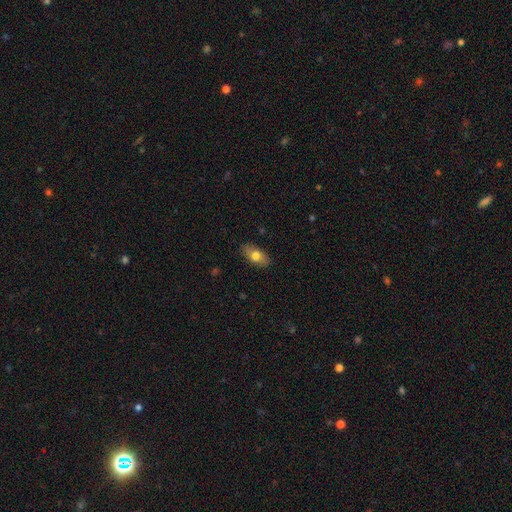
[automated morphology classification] smooth 72%, featured or disk 22%, star or artifact 7%. Down the decision tree: how rounded — in between (88%); merging — none (86%).